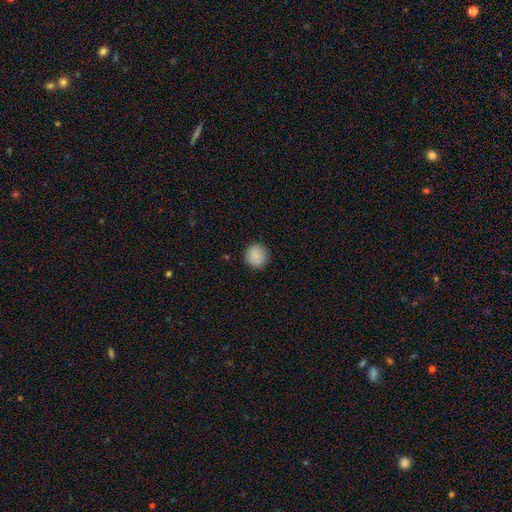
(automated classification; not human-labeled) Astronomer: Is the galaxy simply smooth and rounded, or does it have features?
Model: smooth — 88%.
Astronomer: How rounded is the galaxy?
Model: round — 92%.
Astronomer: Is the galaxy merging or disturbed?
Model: none — 90%.